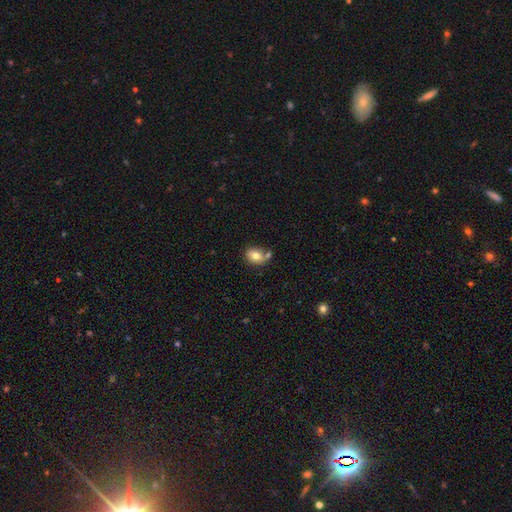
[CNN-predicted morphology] Q: Smooth or featured?
A: smooth (76%); runner-up: featured or disk (15%)
Q: How rounded?
A: in between (65%); runner-up: round (34%)
Q: Merging?
A: none (57%); runner-up: merger (23%)